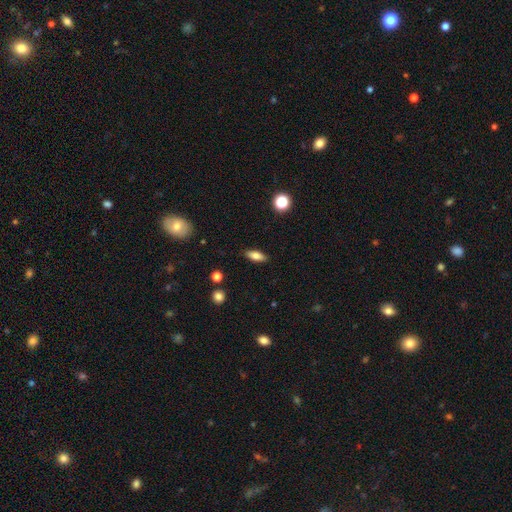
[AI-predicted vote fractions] smooth-or-featured: smooth: 76% | featured or disk: 16% | star or artifact: 8%
  how-rounded: in between: 73% | cigar-shaped: 23% | round: 4%
  merging: none: 88% | minor disturbance: 9% | major disturbance: 2% | merger: 1%